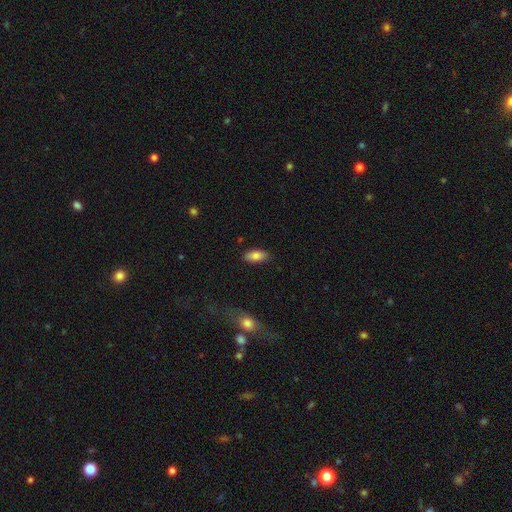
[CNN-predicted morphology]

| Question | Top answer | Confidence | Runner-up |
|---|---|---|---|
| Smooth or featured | smooth | 83% | featured or disk (10%) |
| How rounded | in between | 88% | cigar-shaped (10%) |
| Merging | none | 85% | minor disturbance (11%) |